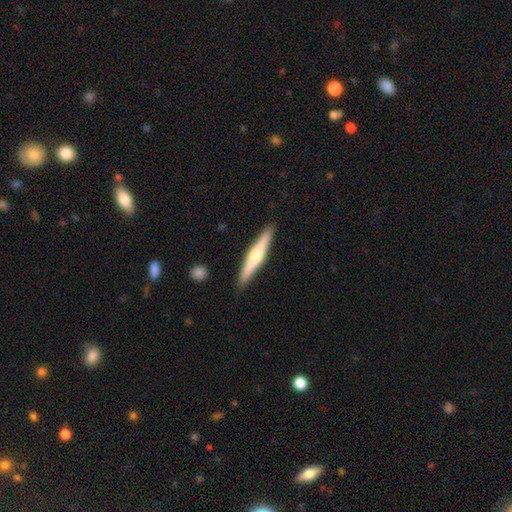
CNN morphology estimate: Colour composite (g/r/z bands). It shows a featured or disk galaxy (58%) viewed edge-on (97%) with a rounded central bulge (81%). Merging: none (90%).